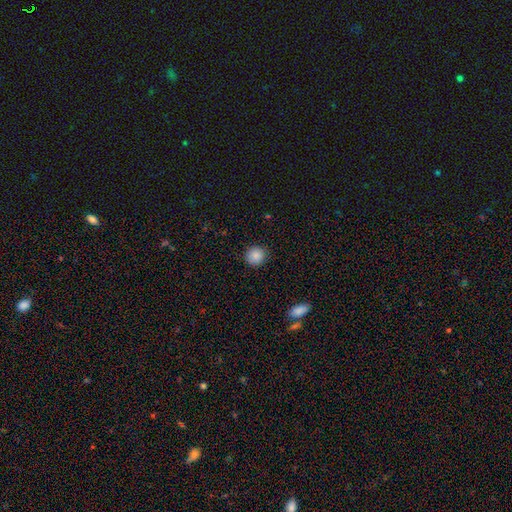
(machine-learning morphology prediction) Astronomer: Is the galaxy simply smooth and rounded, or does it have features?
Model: smooth — 87%.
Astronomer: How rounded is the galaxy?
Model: round — 92%.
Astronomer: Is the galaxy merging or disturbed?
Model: none — 90%.